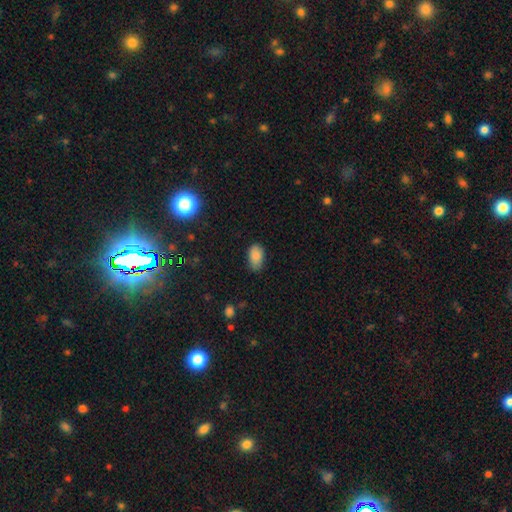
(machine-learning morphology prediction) smooth 85%, star or artifact 9%, featured or disk 6%. Down the decision tree: how rounded — in between (91%); merging — none (74%).